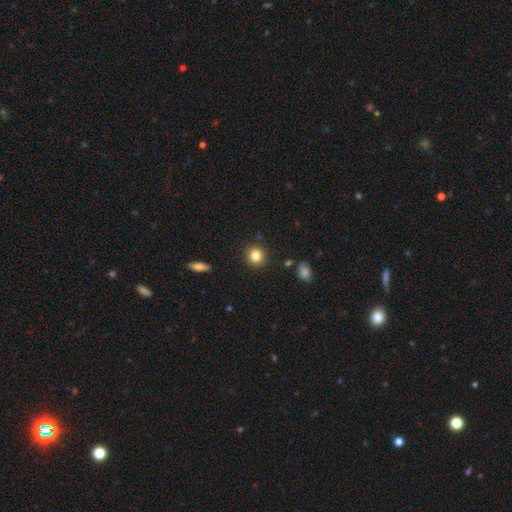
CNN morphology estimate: A smooth galaxy with no disk features (83%) that is round (90%).

Vote fractions:
- Smooth or featured? smooth: 83% / star or artifact: 10% / featured or disk: 7%
- How rounded? round: 90% / in between: 9% / cigar-shaped: 1%
- Merging? none: 90% / minor disturbance: 6% / major disturbance: 2% / merger: 2%